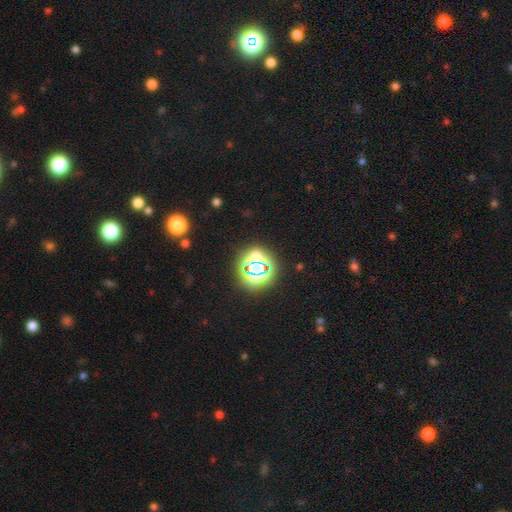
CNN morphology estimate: Smooth or featured? star or artifact (67%)